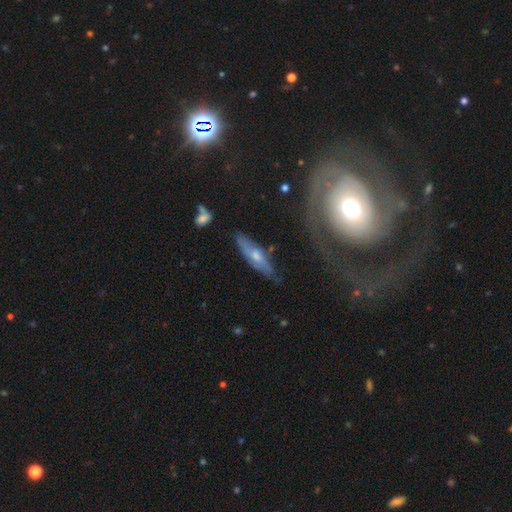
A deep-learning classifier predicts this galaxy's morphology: smooth-or-featured: featured or disk: 53% | smooth: 40% | star or artifact: 7%
  disk-edge-on: yes: 55% | no: 45%
  merging: none: 69% | minor disturbance: 21% | major disturbance: 6% | merger: 3%